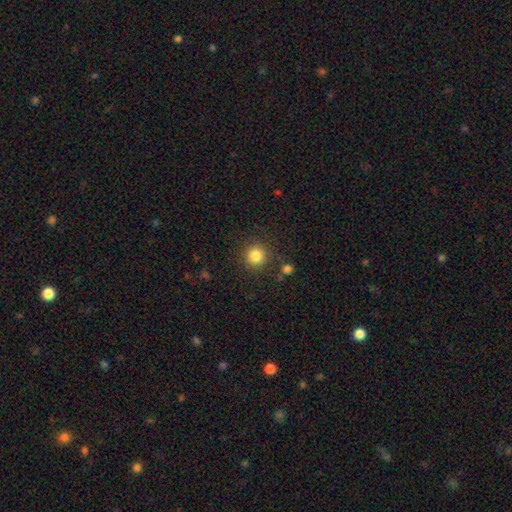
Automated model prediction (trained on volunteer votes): Smooth or featured: smooth — 84% (star or artifact — 11%)
How rounded: round — 94% (in between — 5%)
Merging: none — 86% (minor disturbance — 8%)